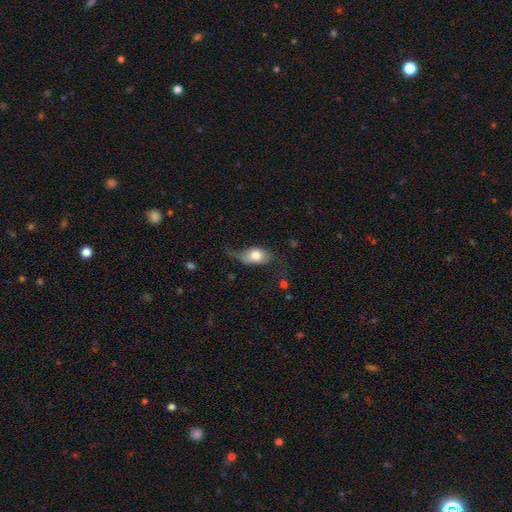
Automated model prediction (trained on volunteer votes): This appears to be a smooth galaxy with no disk features (62%) that is in between round and cigar-shaped (79%). Merging: none (34%).